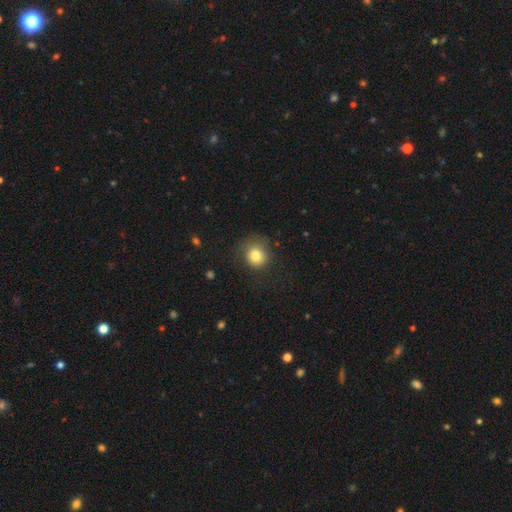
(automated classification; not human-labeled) The model was most divided on "merging": none: 70%, minor disturbance: 19%, major disturbance: 9%, merger: 1%. More confident: how rounded — round (84%); smooth or featured — smooth (82%).